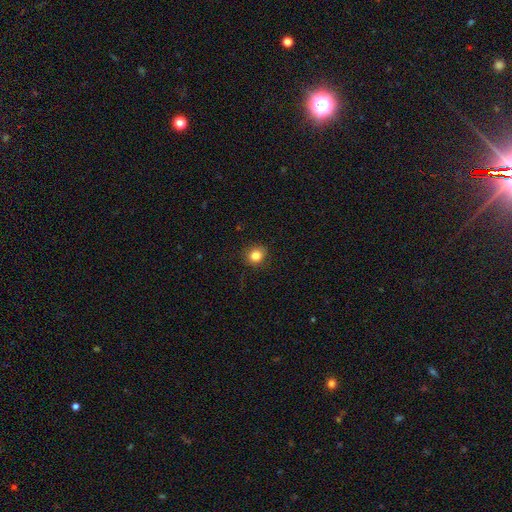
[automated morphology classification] This appears to be a smooth galaxy with no disk features (83%) that is round (79%). Merging: none (88%).